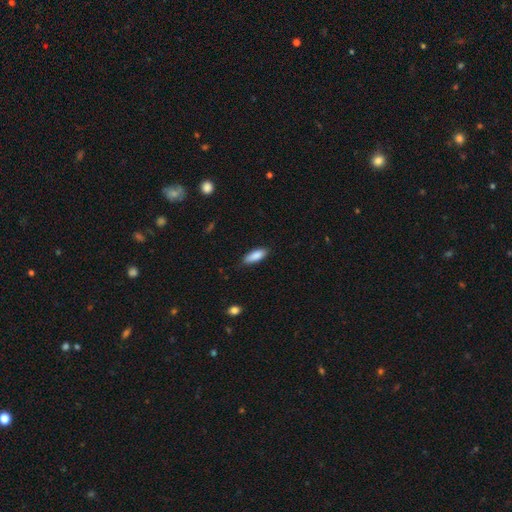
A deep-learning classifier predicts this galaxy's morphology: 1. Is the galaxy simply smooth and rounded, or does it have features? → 88% smooth, 6% star or artifact, 6% featured or disk.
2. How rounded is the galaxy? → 66% in between, 32% cigar-shaped, 2% round.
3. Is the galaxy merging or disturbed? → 85% none, 12% minor disturbance, 2% major disturbance, 1% merger.